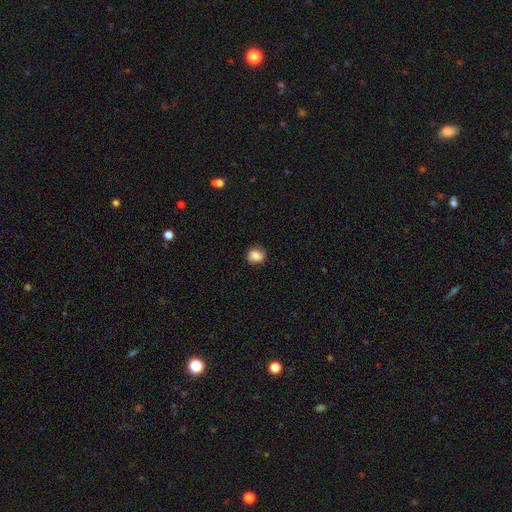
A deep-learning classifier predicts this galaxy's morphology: Overall: smooth (72%). How rounded: round (68%; in between 31%). Merging: none (78%).